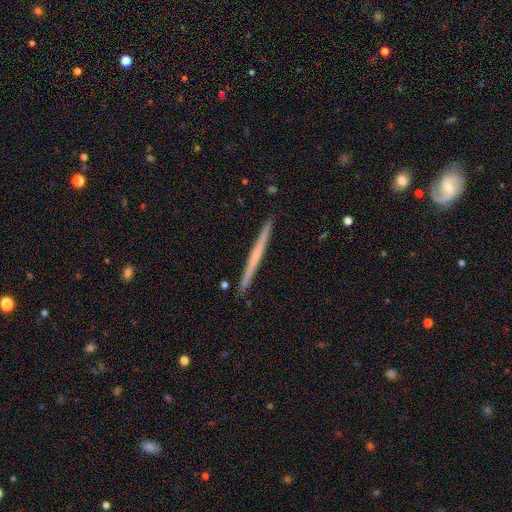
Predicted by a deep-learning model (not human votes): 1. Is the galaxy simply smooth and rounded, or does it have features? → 58% featured or disk, 37% smooth, 5% star or artifact.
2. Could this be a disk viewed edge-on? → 98% yes, 2% no.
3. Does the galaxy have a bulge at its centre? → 78% none, 18% rounded, 5% boxy.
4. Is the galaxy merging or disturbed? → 93% none, 5% minor disturbance, 1% merger, 1% major disturbance.